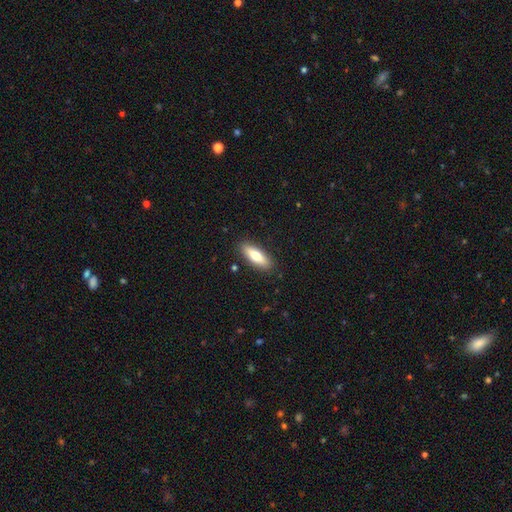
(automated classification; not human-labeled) A smooth galaxy with no disk features (70%) that is in between round and cigar-shaped (54%).

Vote fractions:
- Smooth or featured? smooth: 70% / featured or disk: 24% / star or artifact: 6%
- How rounded? in between: 54% / cigar-shaped: 44% / round: 2%
- Merging? none: 88% / minor disturbance: 9% / major disturbance: 2% / merger: 1%